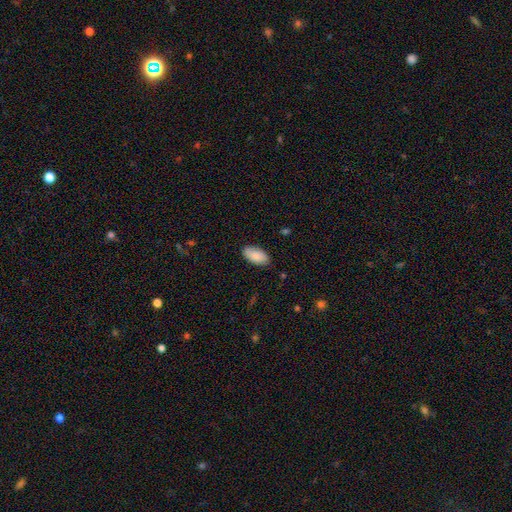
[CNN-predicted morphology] type=smooth (87%); roundness=in between (95%); merging=none (84%).